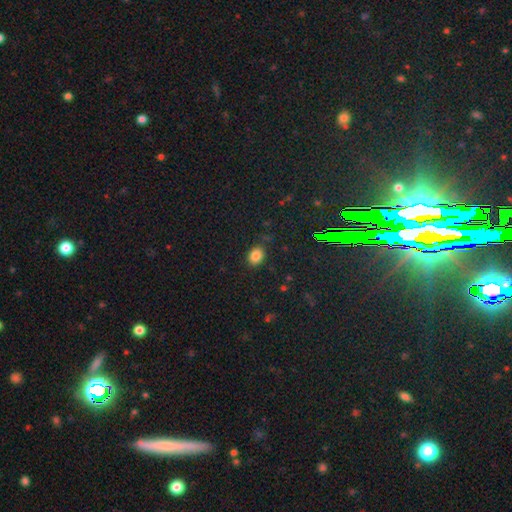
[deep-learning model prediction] A smooth galaxy with no disk features (83%) that is in between round and cigar-shaped (59%).

Vote fractions:
- Smooth or featured? smooth: 83% / star or artifact: 12% / featured or disk: 5%
- How rounded? in between: 59% / round: 40% / cigar-shaped: 1%
- Merging? none: 83% / minor disturbance: 12% / major disturbance: 3% / merger: 2%